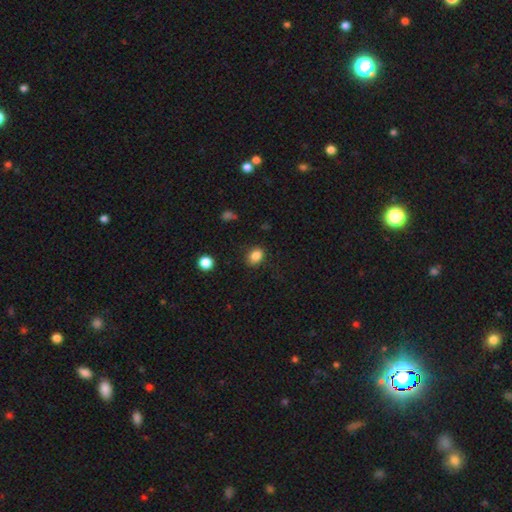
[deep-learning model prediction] Q: Smooth or featured?
A: smooth (85%); runner-up: star or artifact (10%)
Q: How rounded?
A: in between (58%); runner-up: round (41%)
Q: Merging?
A: none (84%); runner-up: minor disturbance (12%)